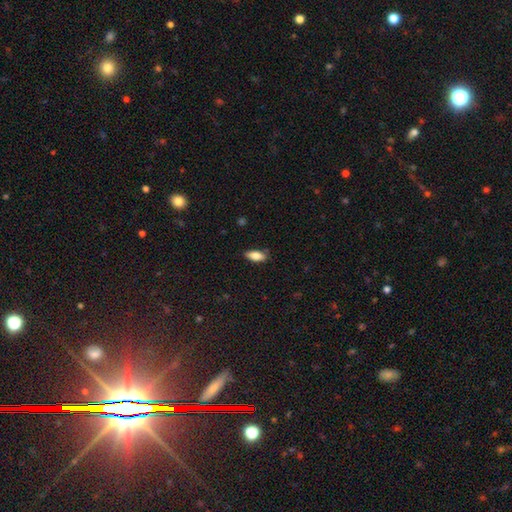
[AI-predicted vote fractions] Smooth or featured: smooth — 82% (featured or disk — 12%)
How rounded: in between — 81% (cigar-shaped — 17%)
Merging: none — 83% (minor disturbance — 13%)